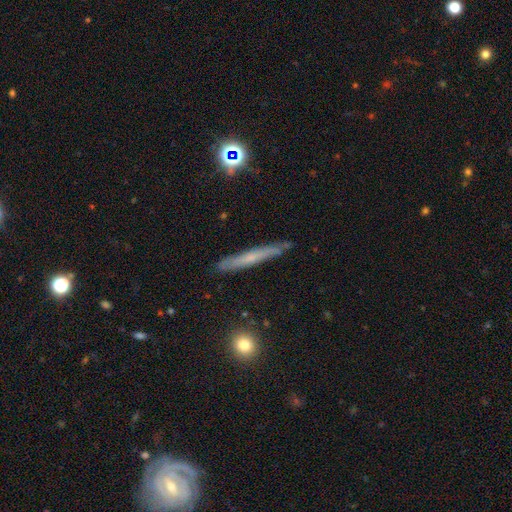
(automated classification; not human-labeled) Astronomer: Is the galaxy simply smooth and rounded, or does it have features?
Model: featured or disk — 48% (runner-up: smooth, 39%).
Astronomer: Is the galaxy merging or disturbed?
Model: none — 88%.